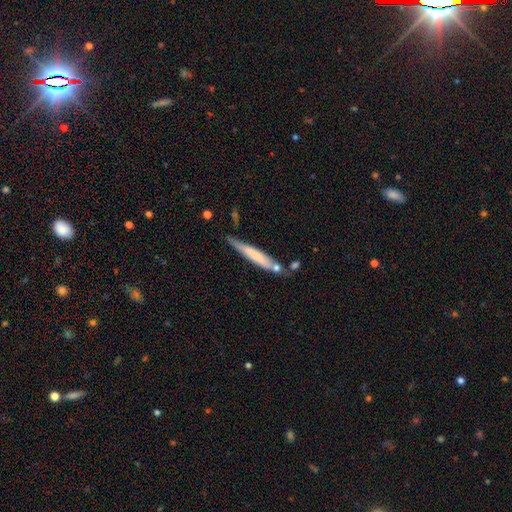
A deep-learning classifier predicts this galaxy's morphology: This appears to be a smooth galaxy with no disk features (55%) that is cigar-shaped (93%). Merging: none (61%).